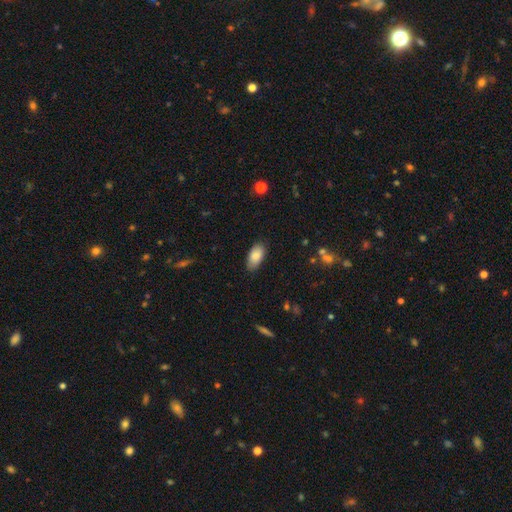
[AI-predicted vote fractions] smooth_or_featured: smooth (p=0.85) [alt: featured or disk p=0.08]
how_rounded: in between (p=0.93) [alt: cigar-shaped p=0.04]
merging: none (p=0.82) [alt: minor disturbance p=0.15]